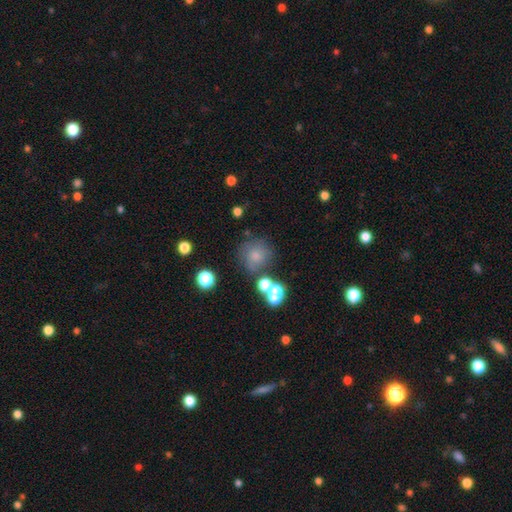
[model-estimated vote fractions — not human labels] This appears to be a smooth galaxy with no disk features (70%) that is round (87%). Merging: none (61%).